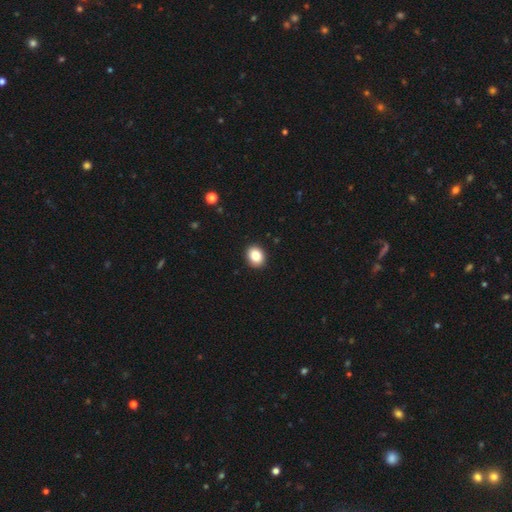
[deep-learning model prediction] A smooth galaxy with no disk features (85%) that is round (52%).

Vote fractions:
- Smooth or featured? smooth: 85% / star or artifact: 9% / featured or disk: 6%
- How rounded? round: 52% / in between: 47% / cigar-shaped: 1%
- Merging? none: 92% / minor disturbance: 6% / major disturbance: 2% / merger: 1%